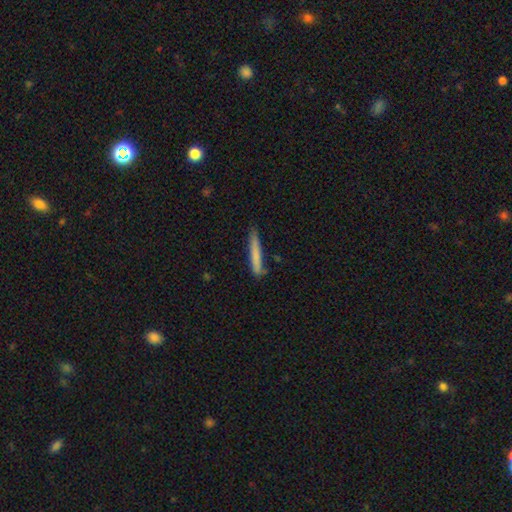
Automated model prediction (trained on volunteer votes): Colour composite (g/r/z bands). It shows a smooth galaxy with no disk features (75%) that is cigar-shaped (95%). Merging: none (78%).